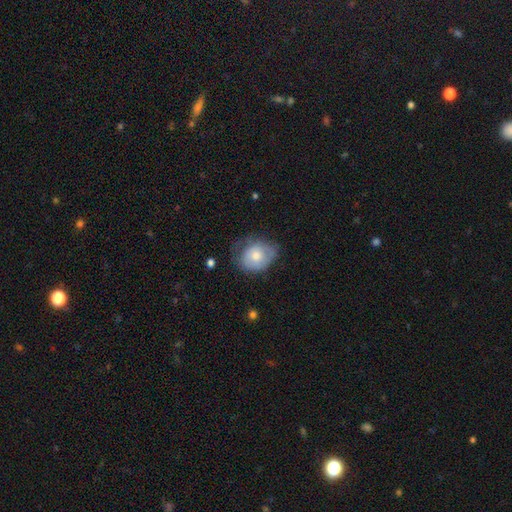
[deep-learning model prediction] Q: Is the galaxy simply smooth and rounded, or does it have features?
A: smooth — 65%.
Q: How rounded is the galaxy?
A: in between — 54%.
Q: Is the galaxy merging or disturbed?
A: none — 48%.